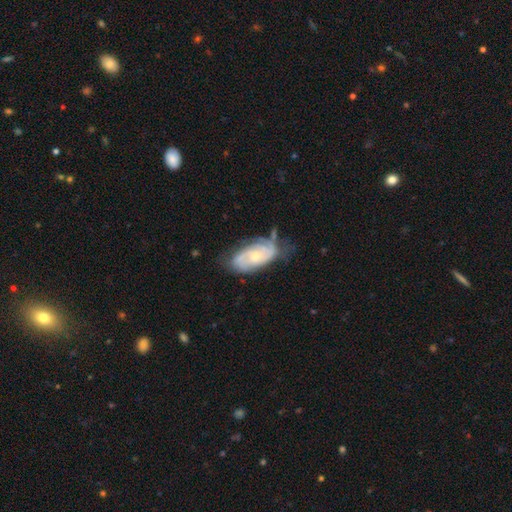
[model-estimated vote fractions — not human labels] A featured or disk galaxy (74%) with no bar (70%), 2 (49%) tight (50%) spiral arms (91%) and a small central bulge (58%). Merging: none (60%).